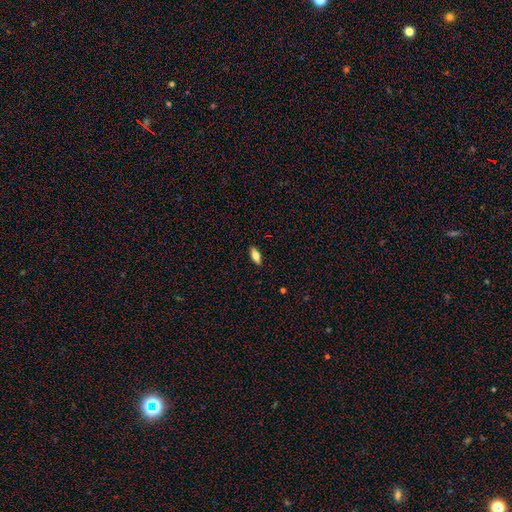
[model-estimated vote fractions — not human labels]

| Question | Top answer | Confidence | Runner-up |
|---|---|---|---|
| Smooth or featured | smooth | 75% | featured or disk (18%) |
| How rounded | in between | 73% | cigar-shaped (25%) |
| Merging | none | 89% | minor disturbance (8%) |